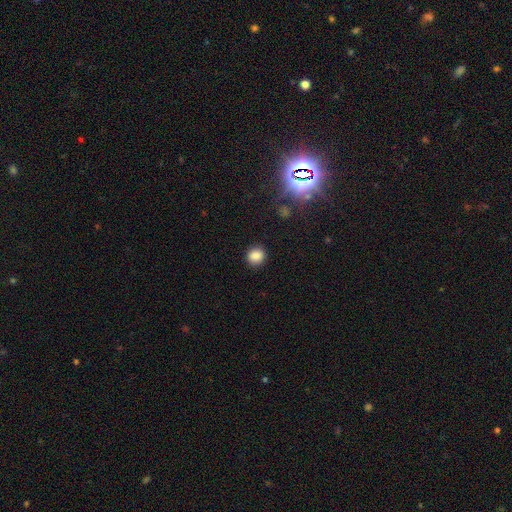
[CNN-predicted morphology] Smooth or featured: smooth — 84% (star or artifact — 12%)
How rounded: round — 85% (in between — 14%)
Merging: none — 90% (minor disturbance — 7%)